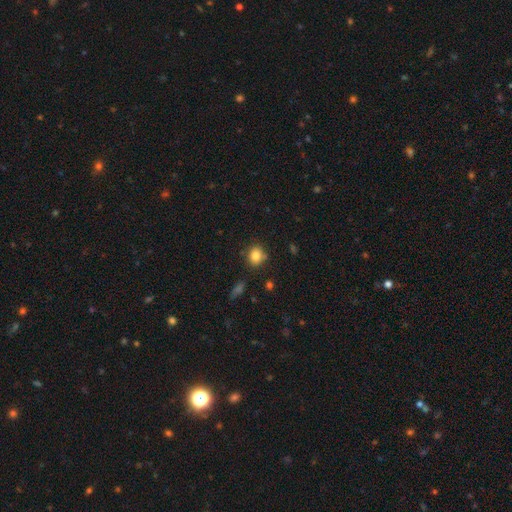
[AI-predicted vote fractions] This appears to be a smooth galaxy with no disk features (83%) that is round (72%). Merging: none (79%).